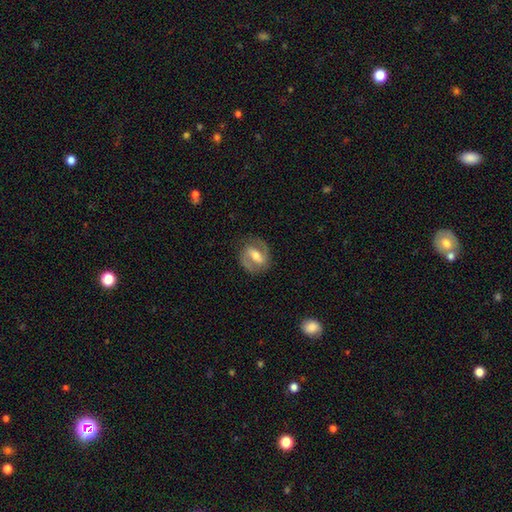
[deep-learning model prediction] featured or disk 82%, smooth 13%, star or artifact 5%. Down the decision tree: edge-on disk — no (97%); bar — strong (50%); spiral arms — yes (92%); spiral arm count — 2 (90%); spiral winding — medium (54%); bulge size — moderate (63%); merging — none (83%).